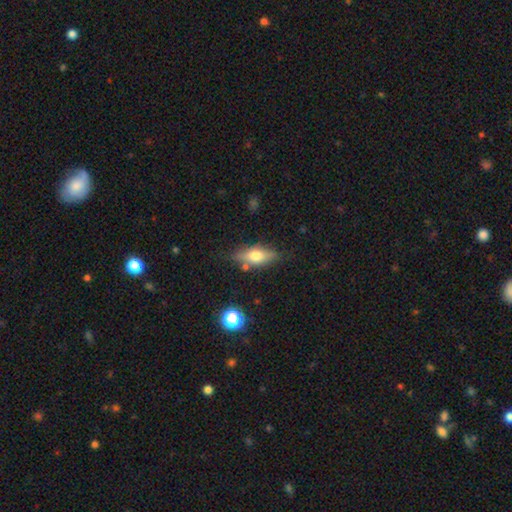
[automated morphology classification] A smooth galaxy with no disk features (56%) that is in between round and cigar-shaped (69%). Merging: none (75%).